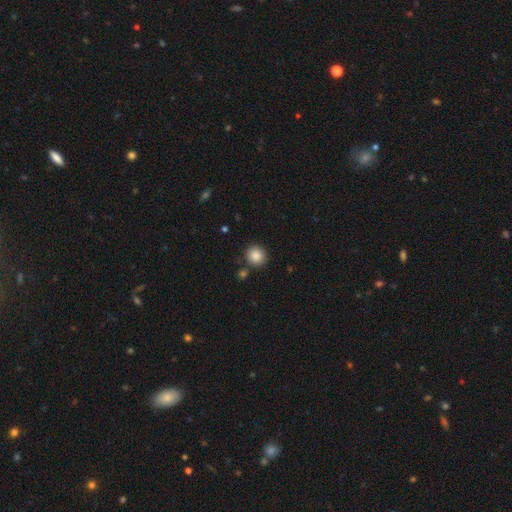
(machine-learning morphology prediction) Smooth or featured?
  - smooth: 87% *
  - star or artifact: 9%
  - featured or disk: 4%
How rounded?
  - round: 90% *
  - in between: 9%
  - cigar-shaped: 1%
Merging?
  - none: 84% *
  - minor disturbance: 8%
  - merger: 6%
  - major disturbance: 3%